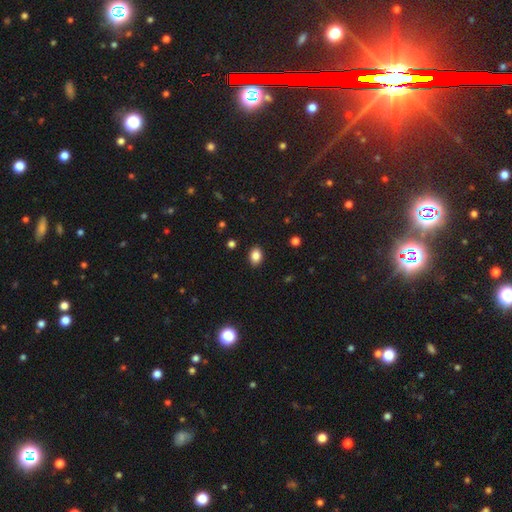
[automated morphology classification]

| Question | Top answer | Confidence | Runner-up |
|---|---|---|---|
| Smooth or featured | smooth | 86% | star or artifact (10%) |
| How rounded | in between | 75% | round (24%) |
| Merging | none | 89% | minor disturbance (8%) |